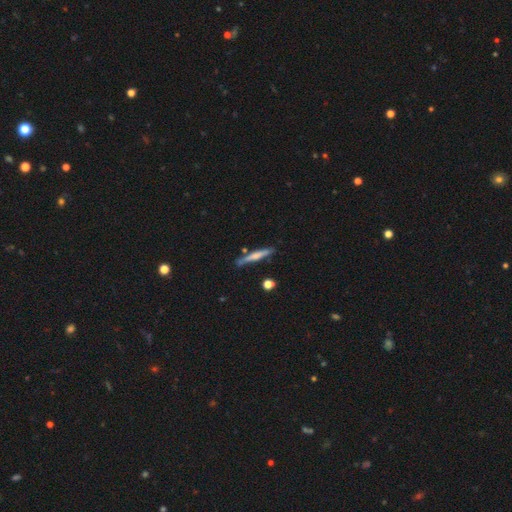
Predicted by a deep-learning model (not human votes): Q: Smooth or featured?
A: smooth (47%); runner-up: featured or disk (46%)
Q: Merging?
A: none (82%); runner-up: minor disturbance (11%)